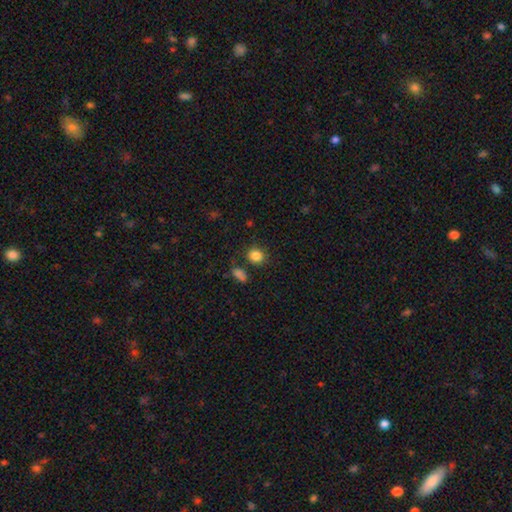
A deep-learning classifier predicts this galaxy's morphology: Smooth or featured? Predicted: smooth (p=0.85). How rounded? Predicted: round (p=0.76). Merging? Predicted: none (p=0.81).